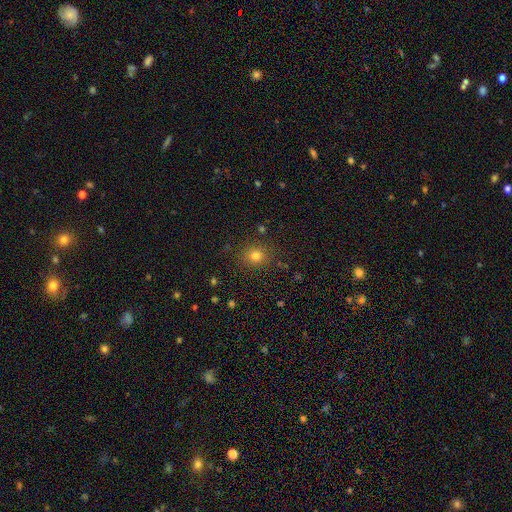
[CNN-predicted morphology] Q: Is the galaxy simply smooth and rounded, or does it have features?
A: smooth — 77%.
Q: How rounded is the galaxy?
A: round — 81%.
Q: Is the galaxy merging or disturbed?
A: none — 87%.